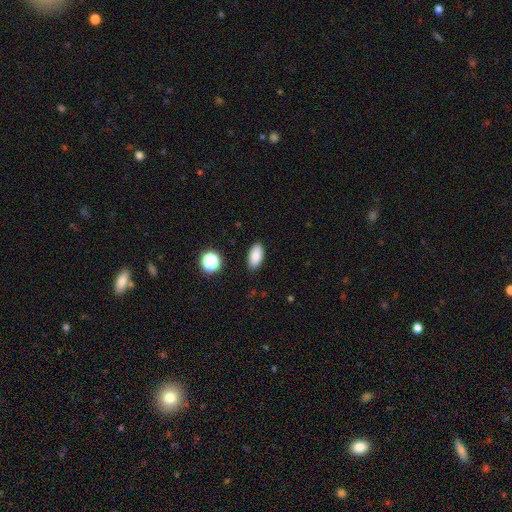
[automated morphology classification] type=smooth (86%); roundness=in between (92%); merging=none (88%).